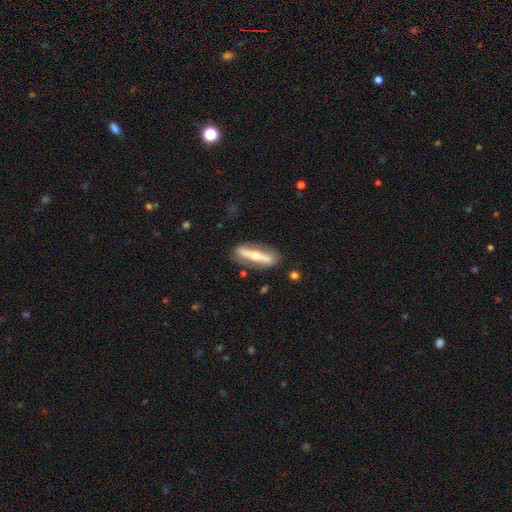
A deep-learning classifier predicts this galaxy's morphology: type=featured or disk (64%); edge-on=yes (79%); edge-on bulge=rounded (92%); merging=none (81%).